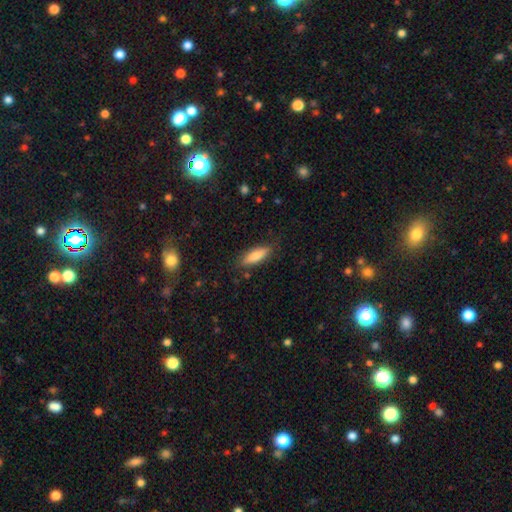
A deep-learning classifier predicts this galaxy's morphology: smooth_or_featured: smooth (p=0.78) [alt: featured or disk p=0.15]
how_rounded: cigar-shaped (p=0.50) [alt: in between p=0.49]
merging: none (p=0.83) [alt: minor disturbance p=0.12]